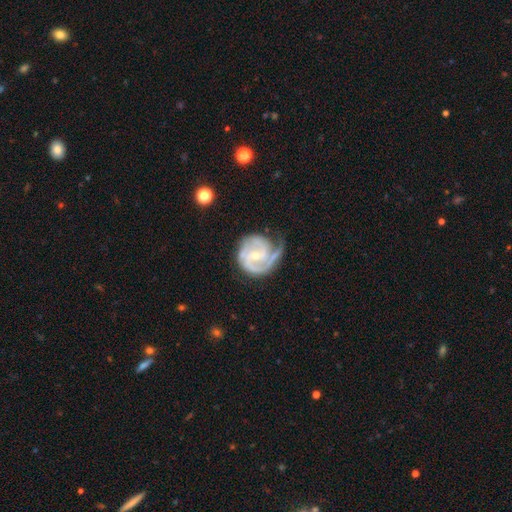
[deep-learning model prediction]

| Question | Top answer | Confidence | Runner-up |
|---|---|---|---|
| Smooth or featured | featured or disk | 86% | smooth (9%) |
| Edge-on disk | no | 98% | yes (2%) |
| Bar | no | 55% | weak (35%) |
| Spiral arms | yes | 96% | no (4%) |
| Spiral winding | tight | 58% | medium (33%) |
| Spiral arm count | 2 | 39% | 3 (21%) |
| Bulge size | small | 64% | moderate (33%) |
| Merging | none | 50% | minor disturbance (28%) |